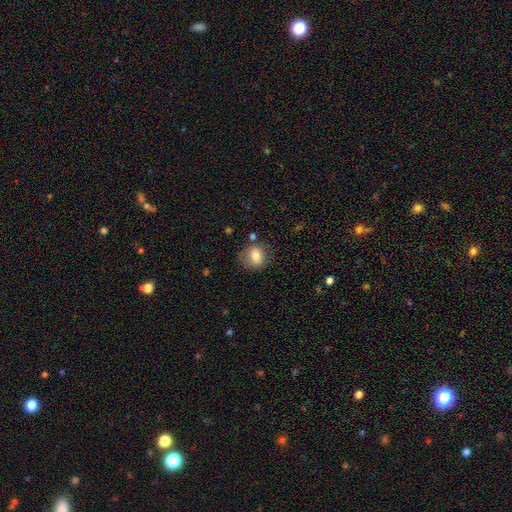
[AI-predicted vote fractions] Smooth or featured: smooth — 76% (featured or disk — 15%)
How rounded: round — 55% (in between — 43%)
Merging: none — 69% (minor disturbance — 19%)